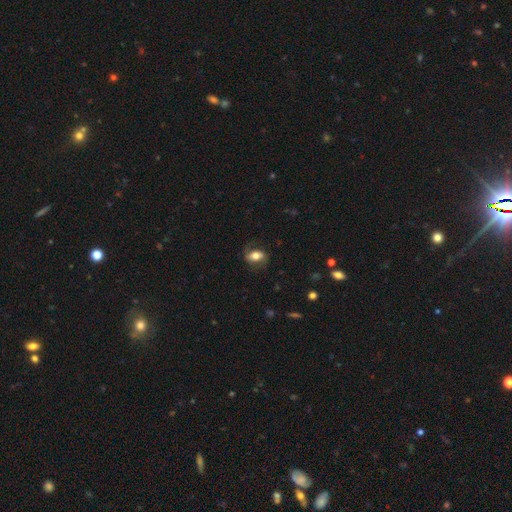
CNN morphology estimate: This appears to be a smooth galaxy with no disk features (51%) that is in between round and cigar-shaped (80%). Merging: none (71%).